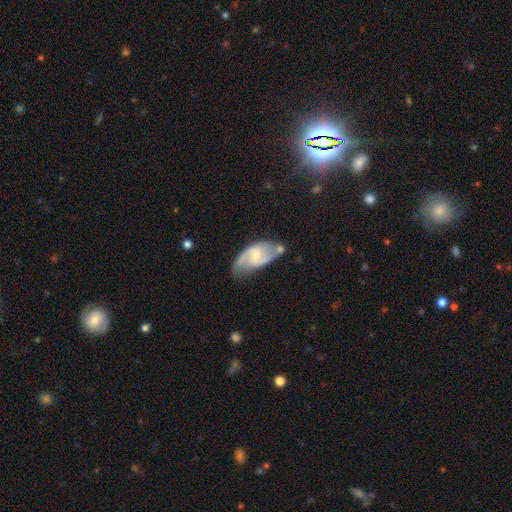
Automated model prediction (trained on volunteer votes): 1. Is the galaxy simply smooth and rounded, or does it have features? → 75% featured or disk, 19% smooth, 6% star or artifact.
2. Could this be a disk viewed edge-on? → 95% no, 5% yes.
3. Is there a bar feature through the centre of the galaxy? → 52% weak, 36% no, 13% strong.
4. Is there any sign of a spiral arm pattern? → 91% yes, 9% no.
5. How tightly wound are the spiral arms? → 47% medium, 36% loose, 17% tight.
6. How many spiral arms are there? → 84% 2, 8% can't tell, 4% 1, 2% 3, 1% 4, 1% more than 4.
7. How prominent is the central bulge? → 57% small, 36% moderate, 5% none, 2% large, 1% dominant.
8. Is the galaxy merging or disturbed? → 58% none, 24% minor disturbance, 10% merger, 8% major disturbance.